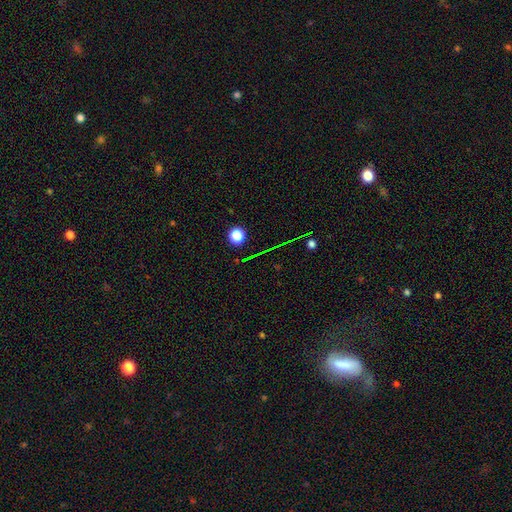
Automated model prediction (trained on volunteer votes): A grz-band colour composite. It shows a star or artifact, not a galaxy (48%).